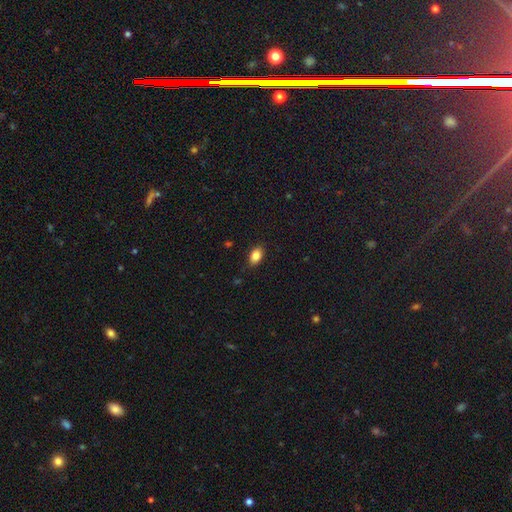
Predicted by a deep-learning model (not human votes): This is clearly a smooth galaxy (86%). How rounded: clearly in between (88%). Merging: clearly none (87%).